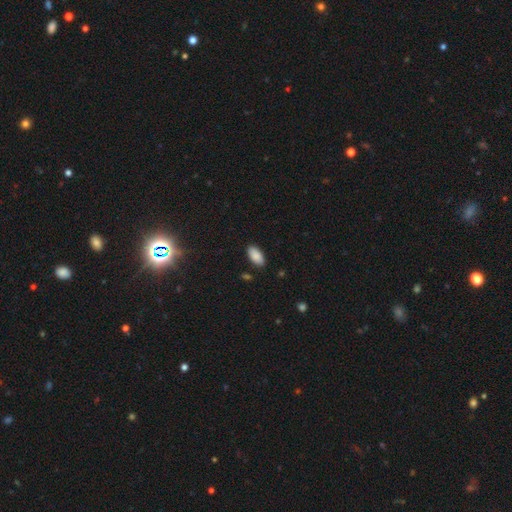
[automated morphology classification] Overall: smooth (89%). How rounded: in between (94%). Merging: none (87%).